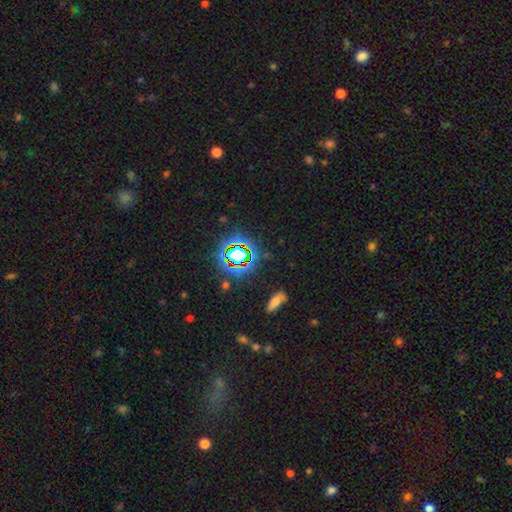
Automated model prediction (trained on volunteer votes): Overall: star or artifact (74%).